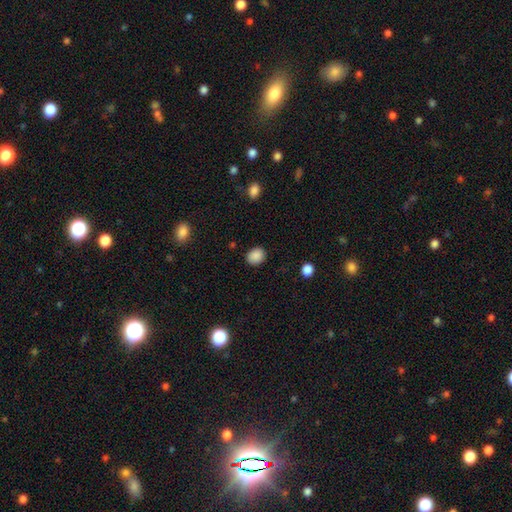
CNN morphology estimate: Smooth or featured?
  - smooth: 88% *
  - star or artifact: 9%
  - featured or disk: 3%
How rounded?
  - round: 57% *
  - in between: 42%
  - cigar-shaped: 1%
Merging?
  - none: 87% *
  - minor disturbance: 9%
  - major disturbance: 3%
  - merger: 1%